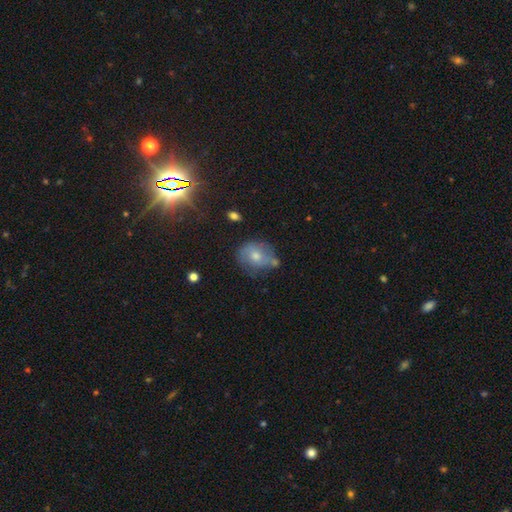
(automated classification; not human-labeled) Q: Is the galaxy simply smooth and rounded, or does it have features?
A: smooth — 41%.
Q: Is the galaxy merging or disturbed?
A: none — 61%.